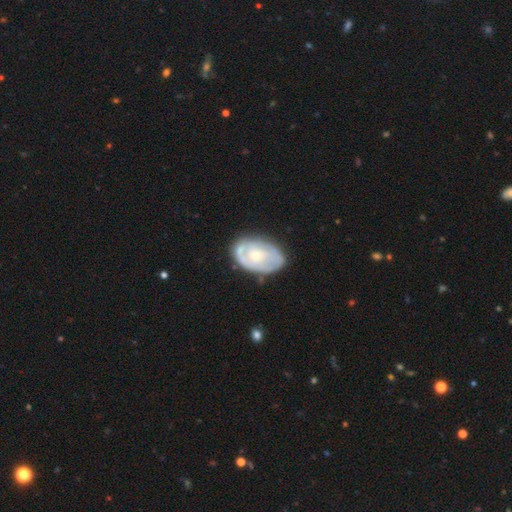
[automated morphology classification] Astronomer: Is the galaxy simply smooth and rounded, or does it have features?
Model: featured or disk — 64%.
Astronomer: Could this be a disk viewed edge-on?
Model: no — 96%.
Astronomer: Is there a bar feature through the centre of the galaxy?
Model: no — 80%.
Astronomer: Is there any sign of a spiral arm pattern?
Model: yes — 60% (runner-up: no, 40%).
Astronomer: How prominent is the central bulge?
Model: small — 62%.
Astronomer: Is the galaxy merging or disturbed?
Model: none — 66%.